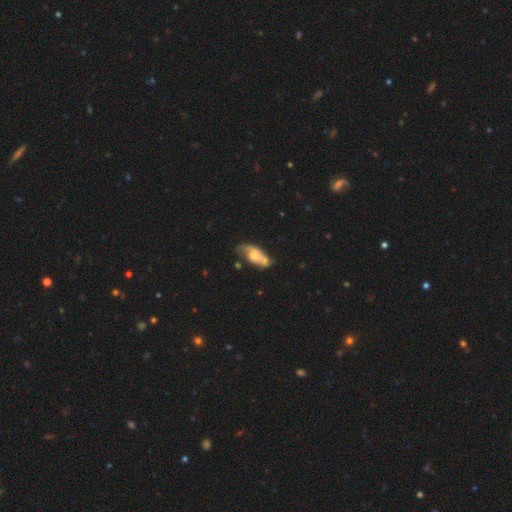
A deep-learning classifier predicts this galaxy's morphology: Smooth or featured: featured or disk — 48% (smooth — 45%)
Merging: none — 35% (minor disturbance — 25%)